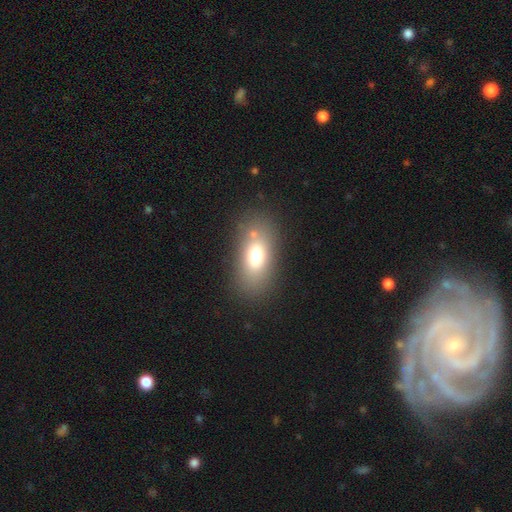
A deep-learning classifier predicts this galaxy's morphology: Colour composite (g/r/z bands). It shows a smooth galaxy with no disk features (70%) that is in between round and cigar-shaped (85%). Merging: none (78%).